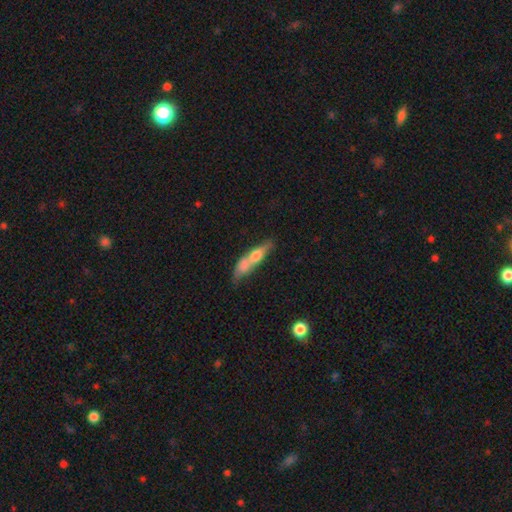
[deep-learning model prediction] smooth_or_featured: smooth (p=0.54) [alt: featured or disk p=0.39]
how_rounded: cigar-shaped (p=0.69) [alt: in between p=0.27]
merging: merger (p=0.48) [alt: none p=0.30]